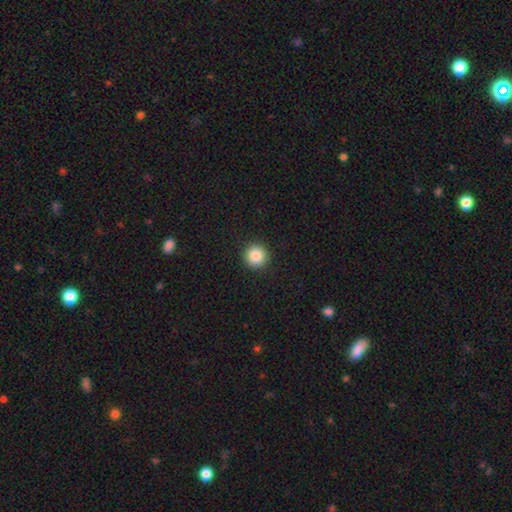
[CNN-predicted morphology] Smooth or featured?
  - smooth: 86% *
  - star or artifact: 10%
  - featured or disk: 4%
How rounded?
  - round: 95% *
  - in between: 4%
  - cigar-shaped: 1%
Merging?
  - none: 93% *
  - minor disturbance: 4%
  - major disturbance: 2%
  - merger: 1%